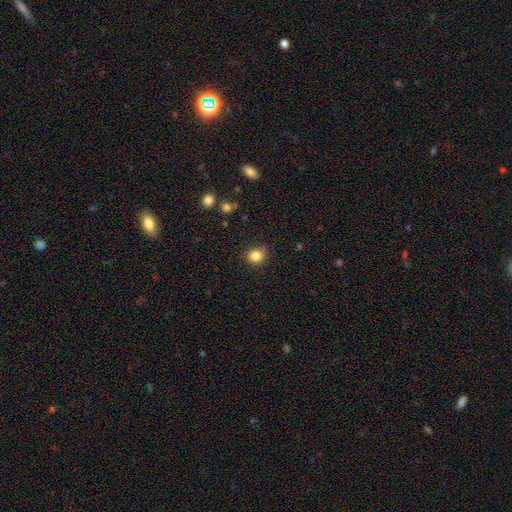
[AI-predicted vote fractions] Q: Smooth or featured?
A: smooth (84%); runner-up: star or artifact (11%)
Q: How rounded?
A: round (82%); runner-up: in between (17%)
Q: Merging?
A: none (81%); runner-up: minor disturbance (15%)